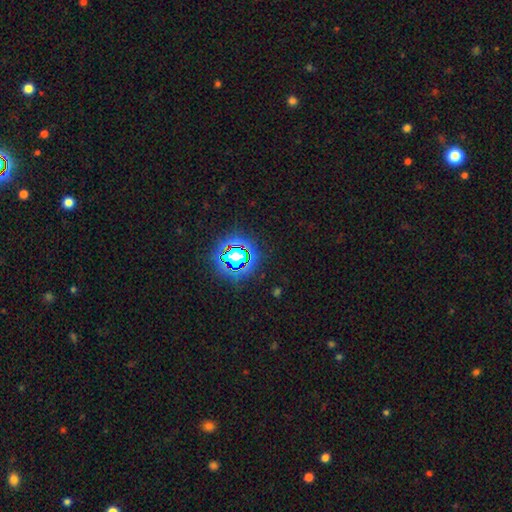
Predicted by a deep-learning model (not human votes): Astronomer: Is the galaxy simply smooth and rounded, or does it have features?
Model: star or artifact — 80%.